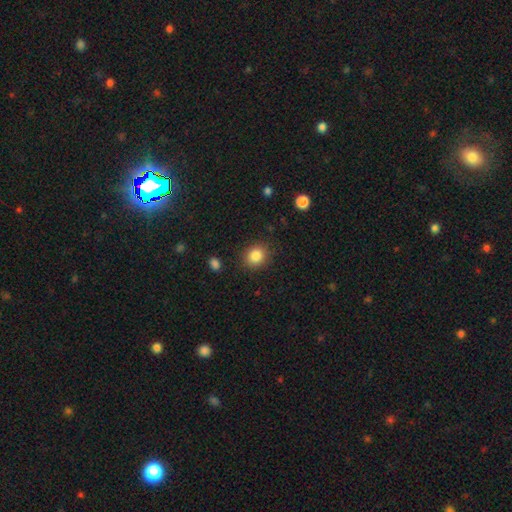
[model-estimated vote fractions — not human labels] smooth-or-featured: smooth: 85% | star or artifact: 10% | featured or disk: 5%
  how-rounded: round: 72% | in between: 27% | cigar-shaped: 1%
  merging: none: 87% | minor disturbance: 9% | major disturbance: 3% | merger: 1%